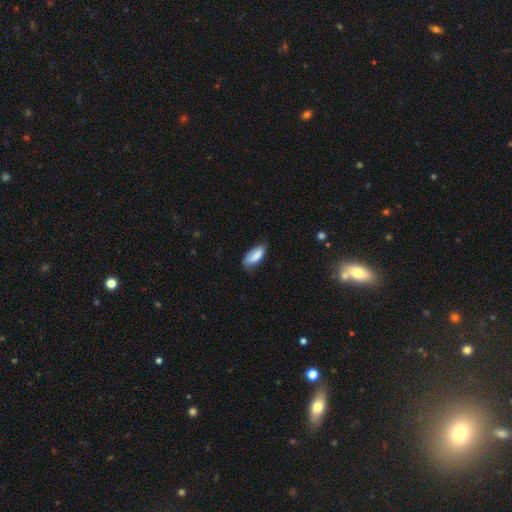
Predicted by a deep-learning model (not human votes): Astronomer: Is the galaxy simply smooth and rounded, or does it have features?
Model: smooth — 85%.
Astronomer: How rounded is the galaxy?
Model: in between — 85%.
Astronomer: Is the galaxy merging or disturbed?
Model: none — 59%.